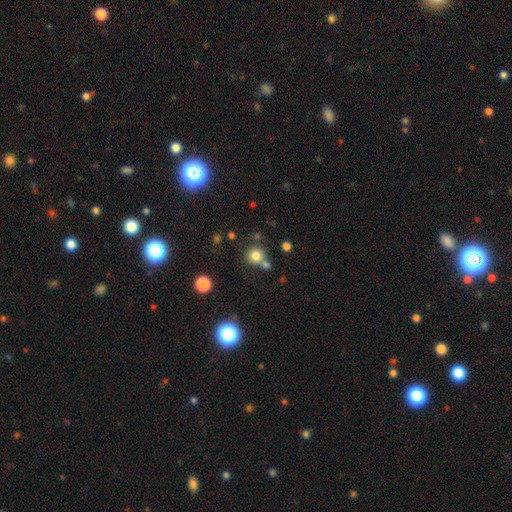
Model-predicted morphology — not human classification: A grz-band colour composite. It shows a smooth galaxy with no disk features (79%) that is round (90%). Merging: none (62%).